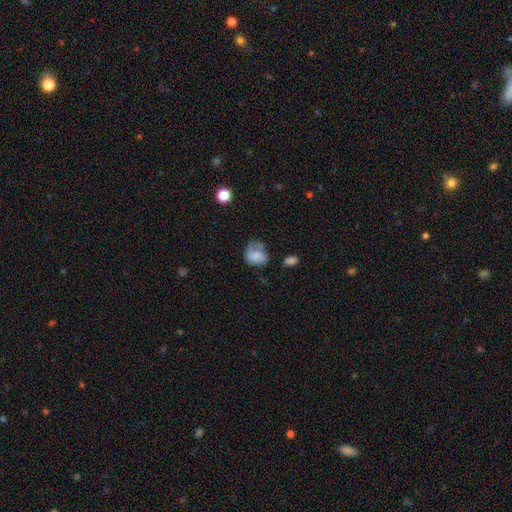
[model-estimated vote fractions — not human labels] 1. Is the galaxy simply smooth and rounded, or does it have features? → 65% smooth, 25% featured or disk, 10% star or artifact.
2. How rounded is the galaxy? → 52% in between, 47% round, 1% cigar-shaped.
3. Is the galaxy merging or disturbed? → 35% none, 32% minor disturbance, 25% major disturbance, 7% merger.